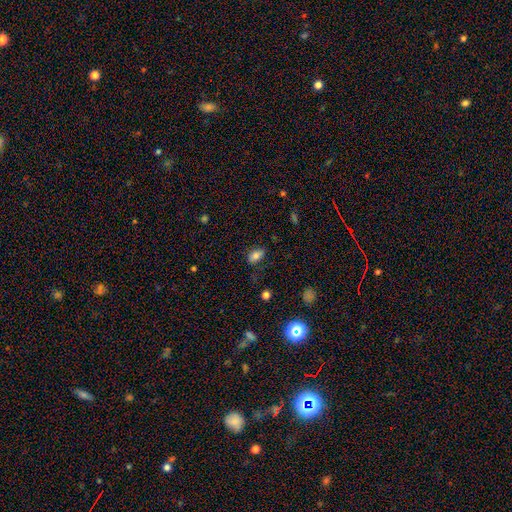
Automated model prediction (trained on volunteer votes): A smooth galaxy with no disk features (78%) that is in between round and cigar-shaped (88%).

Vote fractions:
- Smooth or featured? smooth: 78% / featured or disk: 11% / star or artifact: 11%
- How rounded? in between: 88% / round: 8% / cigar-shaped: 3%
- Merging? none: 78% / minor disturbance: 17% / major disturbance: 4% / merger: 1%